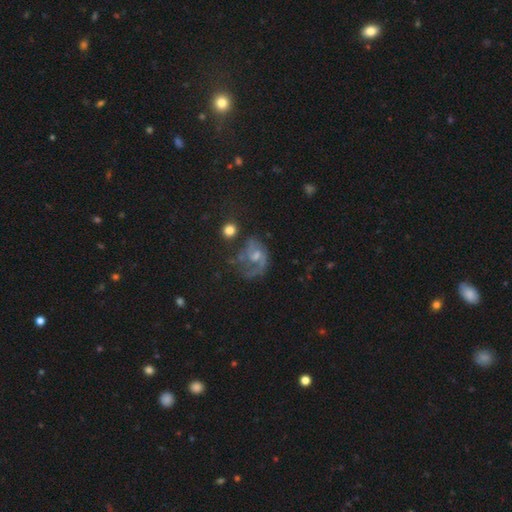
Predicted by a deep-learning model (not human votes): A featured or disk galaxy (62%) with no bar (68%), spiral arms (72%) and a moderate central bulge (43%).

Vote fractions:
- Smooth or featured? featured or disk: 62% / smooth: 22% / star or artifact: 16%
- Edge-on disk? no: 97% / yes: 3%
- Bar? no: 68% / weak: 27% / strong: 5%
- Spiral arms? yes: 72% / no: 28%
- Bulge size? moderate: 43% / small: 41% / none: 10% / large: 4% / dominant: 2%
- Merging? none: 36% / major disturbance: 35% / minor disturbance: 20% / merger: 9%